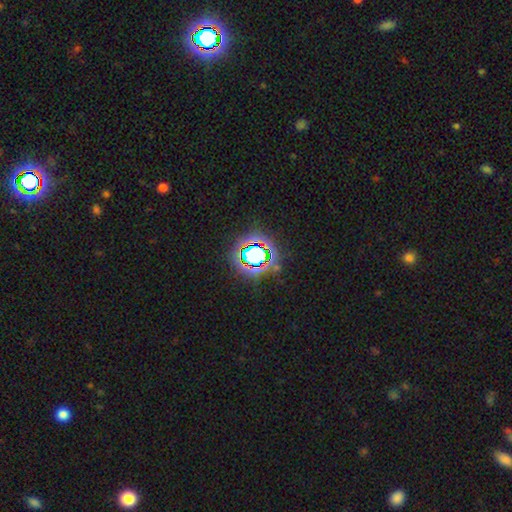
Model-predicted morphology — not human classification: Q: Smooth or featured?
A: star or artifact (61%); runner-up: smooth (25%)